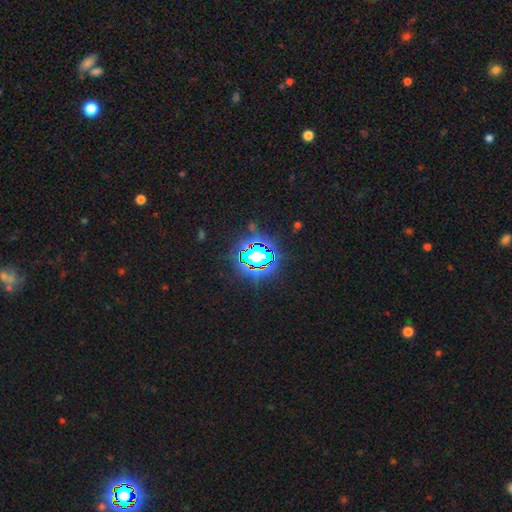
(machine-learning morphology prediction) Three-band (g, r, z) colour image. It shows a star or artifact, not a galaxy (68%).